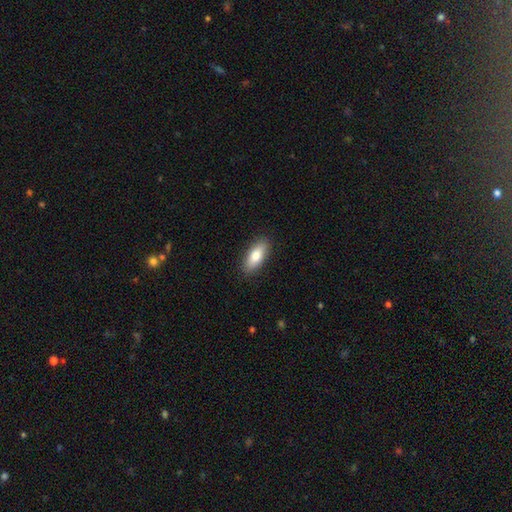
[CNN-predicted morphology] This is clearly a smooth galaxy (80%). How rounded: likely in between (76%). Merging: clearly none (89%).